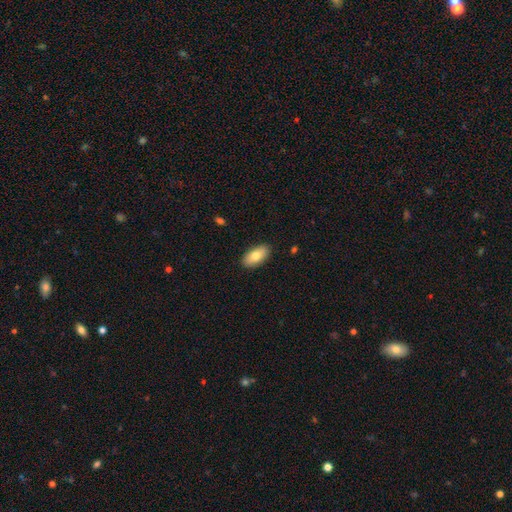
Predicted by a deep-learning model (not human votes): A smooth galaxy with no disk features (77%) that is in between round and cigar-shaped (92%). Merging: none (89%).